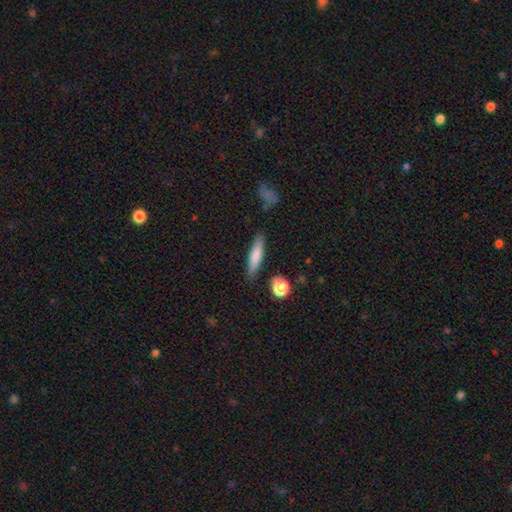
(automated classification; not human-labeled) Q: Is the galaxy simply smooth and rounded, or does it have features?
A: smooth — 75%.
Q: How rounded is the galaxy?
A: cigar-shaped — 79%.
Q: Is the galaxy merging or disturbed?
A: none — 84%.